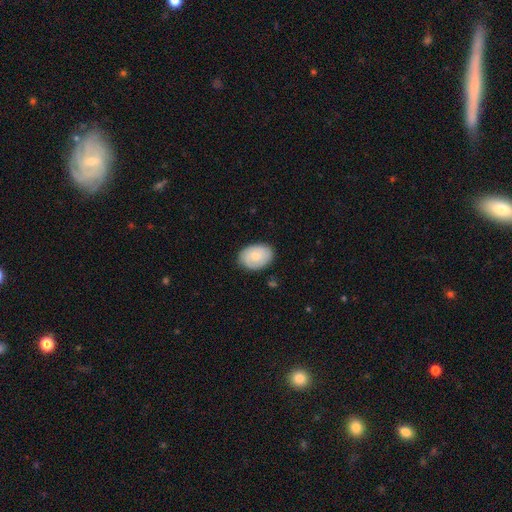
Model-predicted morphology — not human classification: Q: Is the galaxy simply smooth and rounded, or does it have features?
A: smooth — 70%.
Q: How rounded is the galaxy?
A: in between — 79%.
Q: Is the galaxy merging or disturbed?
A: none — 83%.